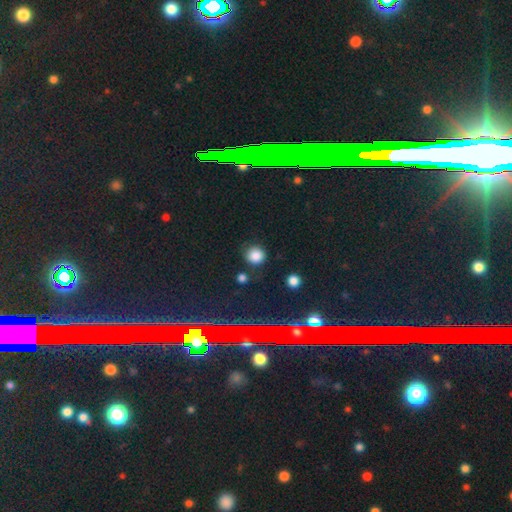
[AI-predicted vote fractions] smooth-or-featured: smooth: 79% | star or artifact: 15% | featured or disk: 5%
  how-rounded: round: 91% | in between: 8% | cigar-shaped: 1%
  merging: none: 81% | minor disturbance: 12% | major disturbance: 4% | merger: 4%